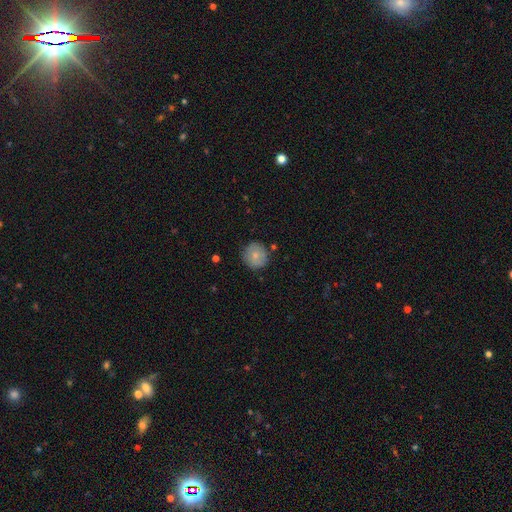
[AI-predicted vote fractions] Smooth or featured? smooth (76%)
How rounded? round (93%)
Merging? none (84%)